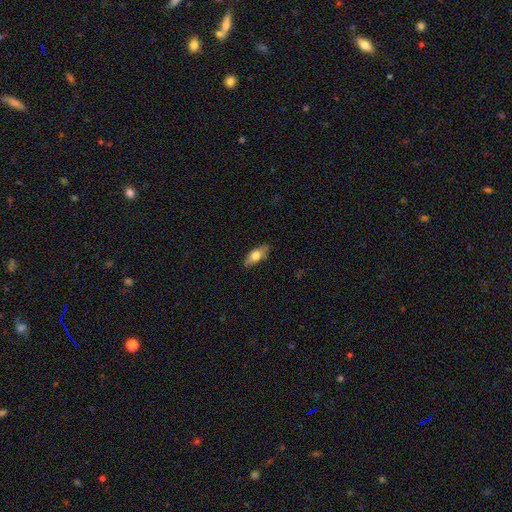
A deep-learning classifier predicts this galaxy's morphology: The model was most divided on "smooth or featured": smooth: 62%, featured or disk: 31%, star or artifact: 7%. More confident: merging — none (84%); how rounded — in between (75%).